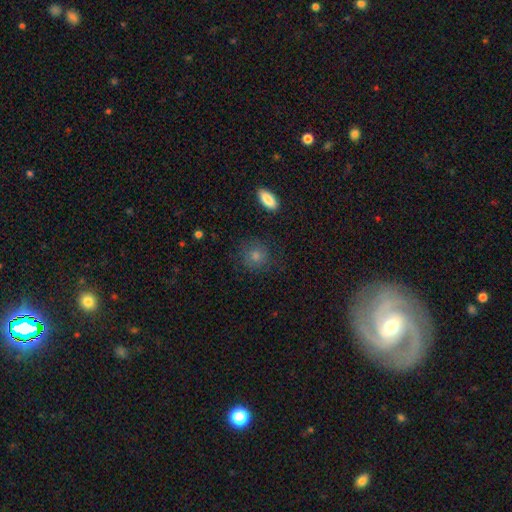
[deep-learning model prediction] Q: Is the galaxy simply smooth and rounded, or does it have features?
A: smooth — 66%.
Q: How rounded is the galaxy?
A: round — 87%.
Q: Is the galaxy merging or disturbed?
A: none — 83%.